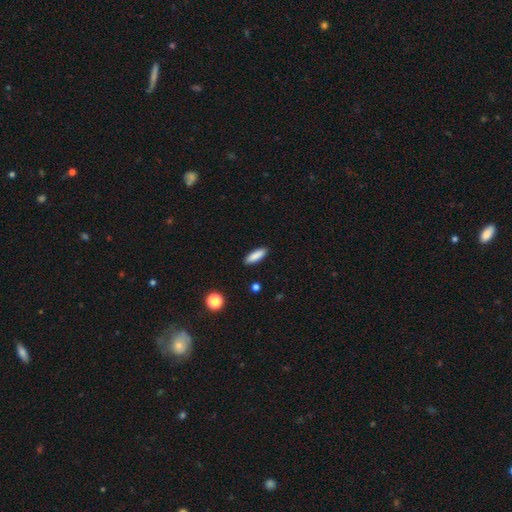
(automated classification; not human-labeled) A smooth galaxy with no disk features (87%) that is in between round and cigar-shaped (53%).

Vote fractions:
- Smooth or featured? smooth: 87% / star or artifact: 7% / featured or disk: 6%
- How rounded? in between: 53% / cigar-shaped: 45% / round: 2%
- Merging? none: 89% / minor disturbance: 8% / major disturbance: 2% / merger: 1%